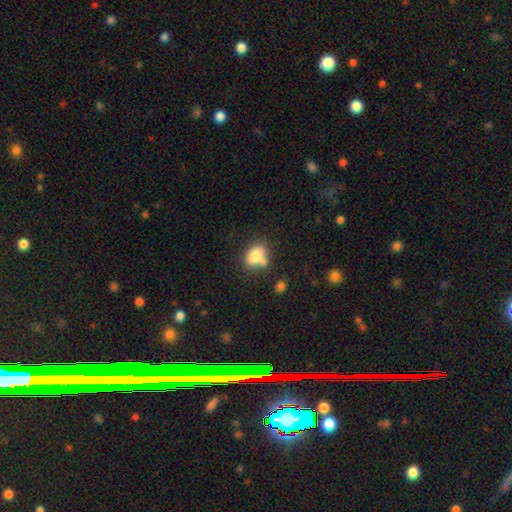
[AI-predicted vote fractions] Smooth or featured: smooth — 80% (featured or disk — 12%)
How rounded: in between — 80% (round — 18%)
Merging: none — 54% (merger — 26%)